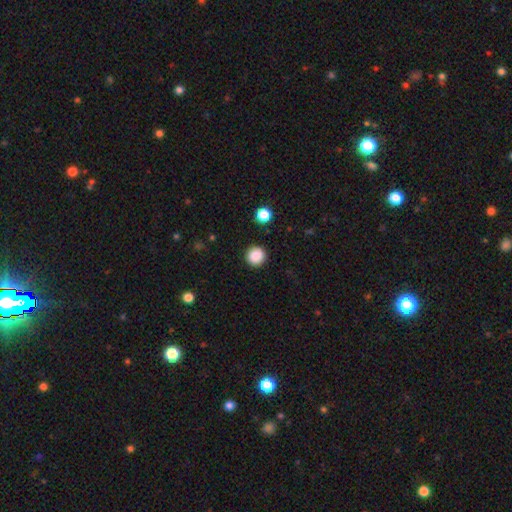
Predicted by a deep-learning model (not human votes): smooth-or-featured: smooth: 87% | star or artifact: 10% | featured or disk: 3%
  how-rounded: round: 95% | in between: 4% | cigar-shaped: 1%
  merging: none: 92% | minor disturbance: 5% | major disturbance: 2% | merger: 1%